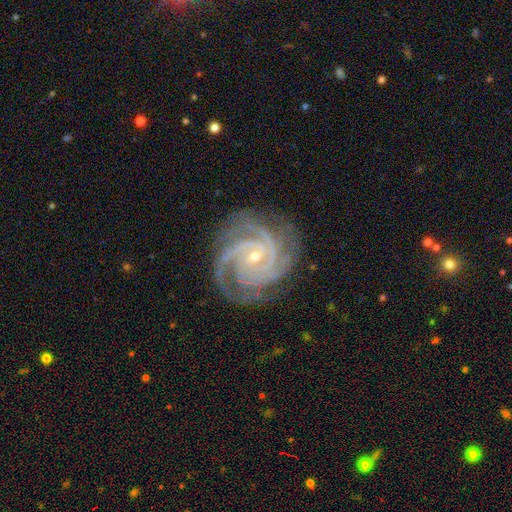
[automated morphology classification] This appears to be a featured or disk galaxy (93%) with no bar (53%), 3 (37%) tight (76%) spiral arms (99%) and a small central bulge (74%). Merging: none (79%).